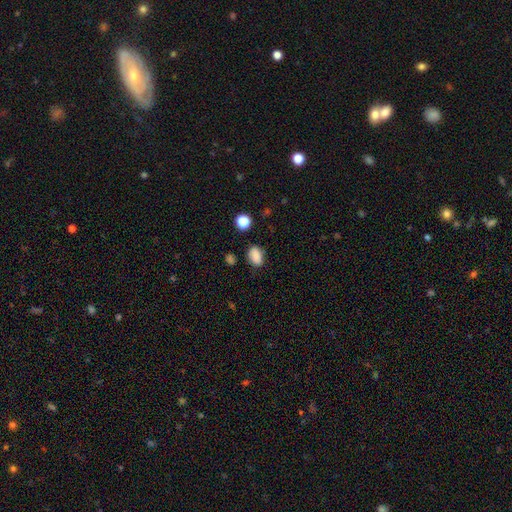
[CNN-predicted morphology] smooth 85%, star or artifact 11%, featured or disk 5%. Down the decision tree: how rounded — in between (81%); merging — none (76%).